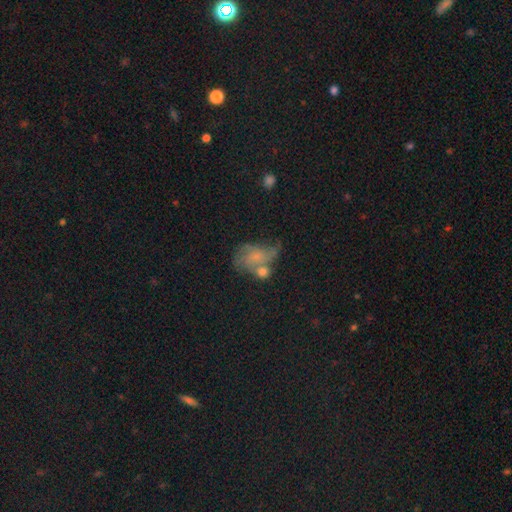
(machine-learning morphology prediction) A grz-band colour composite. It shows a featured or disk galaxy (51%). Merging: none (28%).